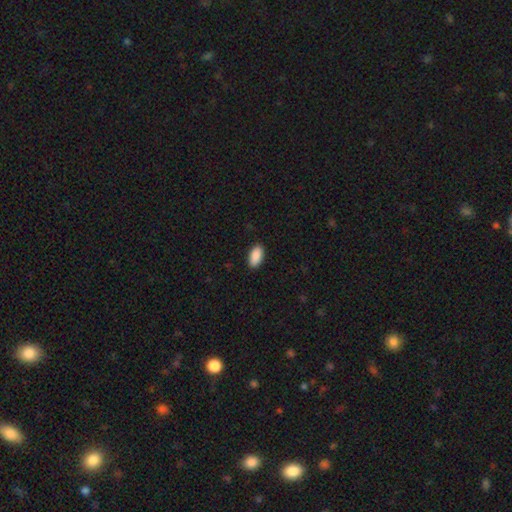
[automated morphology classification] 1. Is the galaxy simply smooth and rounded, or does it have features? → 91% smooth, 6% star or artifact, 3% featured or disk.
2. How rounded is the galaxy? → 94% in between, 3% cigar-shaped, 2% round.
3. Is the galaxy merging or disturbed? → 90% none, 8% minor disturbance, 2% major disturbance, 1% merger.